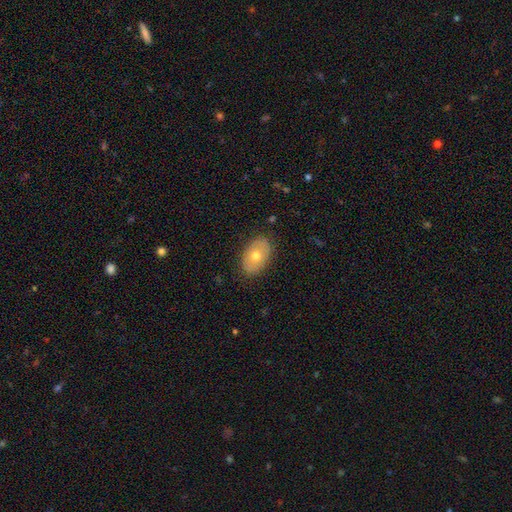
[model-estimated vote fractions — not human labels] This is likely a smooth galaxy (64%). How rounded: clearly in between (88%). Merging: clearly none (85%).